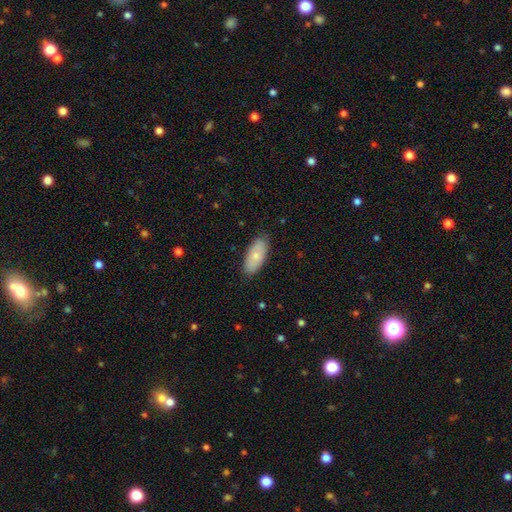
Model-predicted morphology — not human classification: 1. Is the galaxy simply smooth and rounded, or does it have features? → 73% smooth, 21% featured or disk, 6% star or artifact.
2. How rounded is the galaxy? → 89% in between, 9% cigar-shaped, 2% round.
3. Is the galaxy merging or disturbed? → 85% none, 12% minor disturbance, 2% major disturbance, 1% merger.